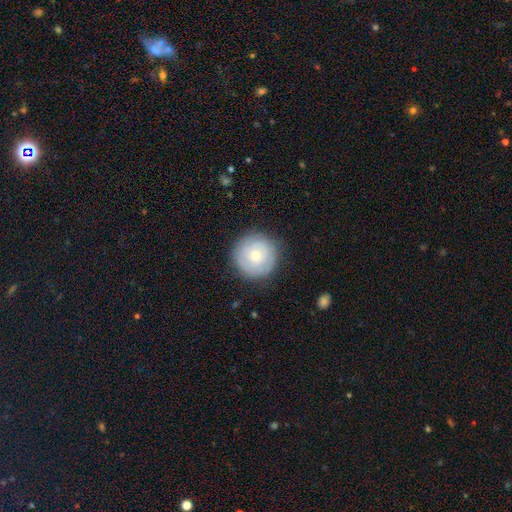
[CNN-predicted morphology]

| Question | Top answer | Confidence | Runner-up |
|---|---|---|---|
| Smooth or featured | smooth | 59% | featured or disk (33%) |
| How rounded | round | 96% | in between (3%) |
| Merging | none | 85% | minor disturbance (10%) |